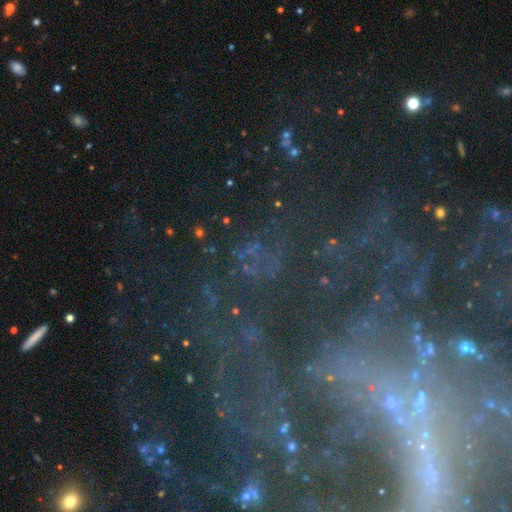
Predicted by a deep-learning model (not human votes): smooth-or-featured: star or artifact: 65% | featured or disk: 19% | smooth: 16%